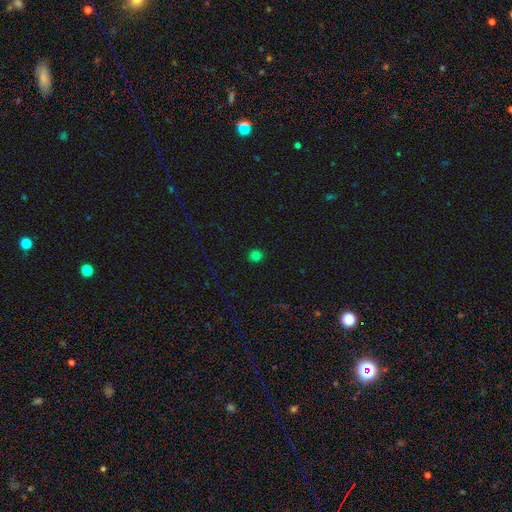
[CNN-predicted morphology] A smooth galaxy with no disk features (79%) that is round (89%). Merging: none (92%).